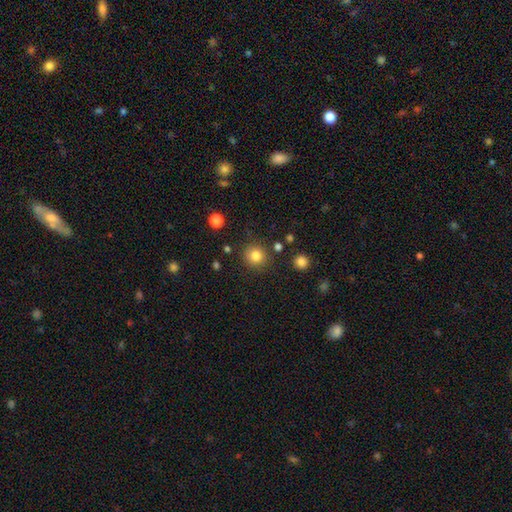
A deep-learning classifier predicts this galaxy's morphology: smooth_or_featured: smooth (p=0.83) [alt: star or artifact p=0.11]
how_rounded: round (p=0.92) [alt: in between p=0.07]
merging: none (p=0.86) [alt: minor disturbance p=0.08]